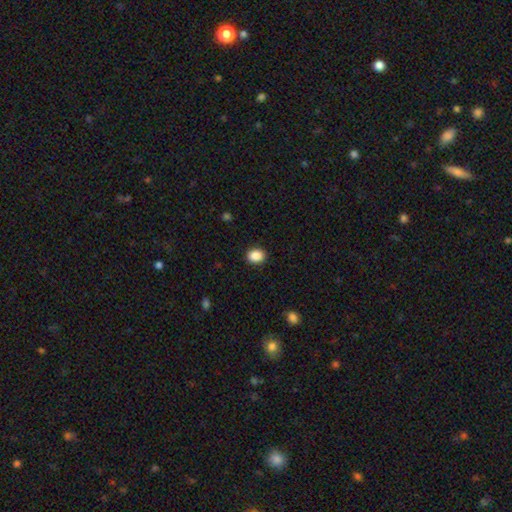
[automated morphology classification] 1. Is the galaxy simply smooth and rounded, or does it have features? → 89% smooth, 8% star or artifact, 3% featured or disk.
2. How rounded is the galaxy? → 51% in between, 48% round, 1% cigar-shaped.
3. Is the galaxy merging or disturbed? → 90% none, 7% minor disturbance, 2% major disturbance, 1% merger.